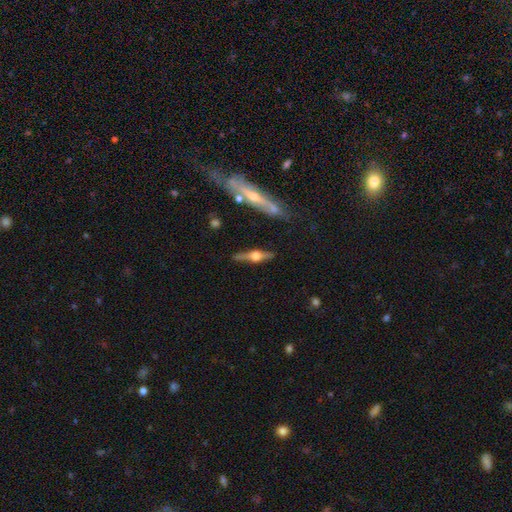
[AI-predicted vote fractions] smooth_or_featured: featured or disk (p=0.79) [alt: smooth p=0.15]
disk_edge_on: yes (p=0.96) [alt: no p=0.04]
edge_on_bulge: rounded (p=0.94) [alt: boxy p=0.04]
merging: none (p=0.83) [alt: minor disturbance p=0.11]